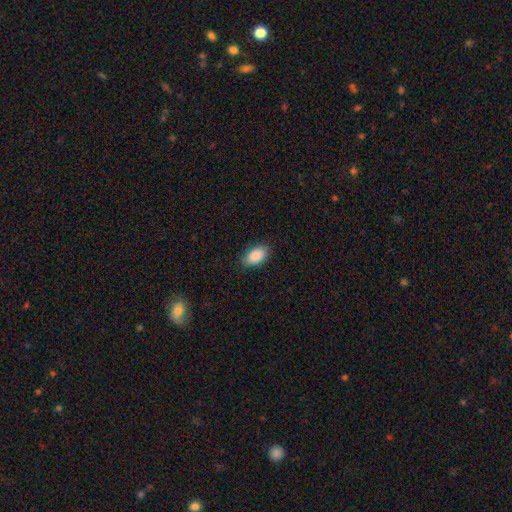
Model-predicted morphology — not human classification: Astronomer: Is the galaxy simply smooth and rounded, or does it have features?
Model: smooth — 89%.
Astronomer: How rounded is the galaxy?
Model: in between — 93%.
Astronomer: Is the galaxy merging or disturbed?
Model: none — 84%.